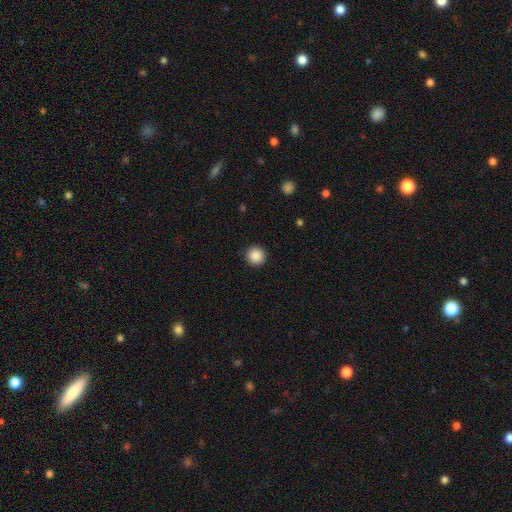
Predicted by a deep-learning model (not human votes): Smooth or featured?
  - smooth: 88% *
  - star or artifact: 9%
  - featured or disk: 3%
How rounded?
  - round: 96% *
  - in between: 4%
  - cigar-shaped: 1%
Merging?
  - none: 92% *
  - minor disturbance: 5%
  - major disturbance: 2%
  - merger: 1%